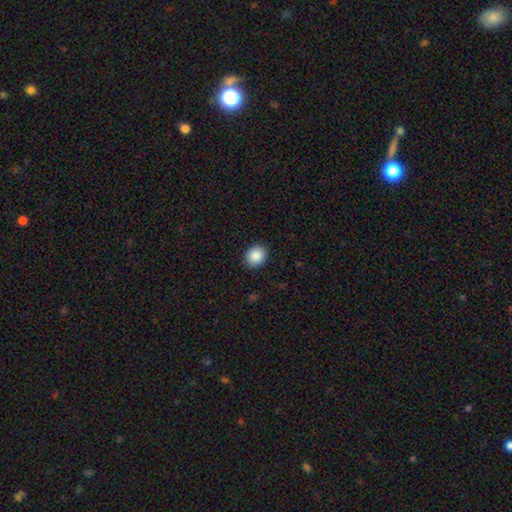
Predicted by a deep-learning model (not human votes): Q: Smooth or featured?
A: smooth (89%); runner-up: star or artifact (8%)
Q: How rounded?
A: round (61%); runner-up: in between (39%)
Q: Merging?
A: none (90%); runner-up: minor disturbance (7%)